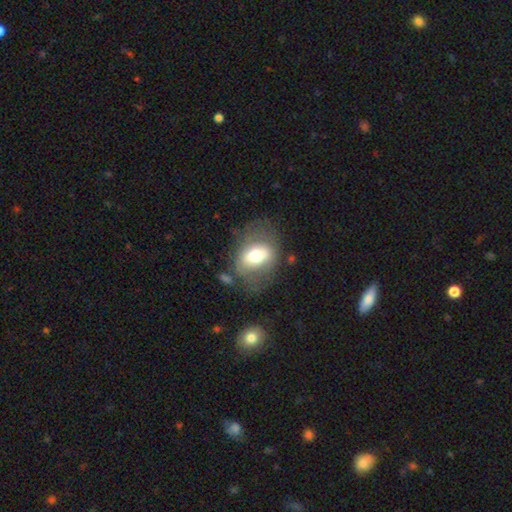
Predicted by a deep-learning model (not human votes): Overall: smooth (54%; featured or disk 38%). How rounded: in between (69%). Merging: none (56%; minor disturbance 21%).